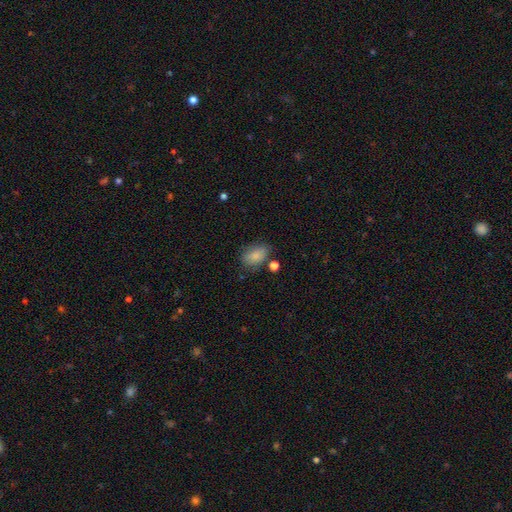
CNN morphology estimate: Smooth or featured? Predicted: smooth (p=0.84). How rounded? Predicted: in between (p=0.85). Merging? Predicted: none (p=0.66).